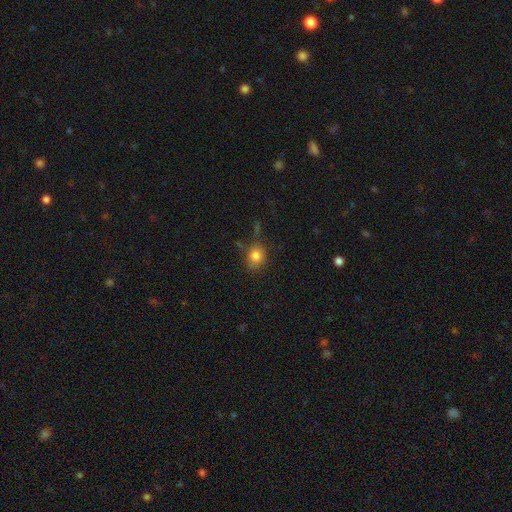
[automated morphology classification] smooth-or-featured: smooth: 81% | star or artifact: 12% | featured or disk: 8%
  how-rounded: round: 63% | in between: 36% | cigar-shaped: 1%
  merging: none: 71% | minor disturbance: 18% | major disturbance: 6% | merger: 5%